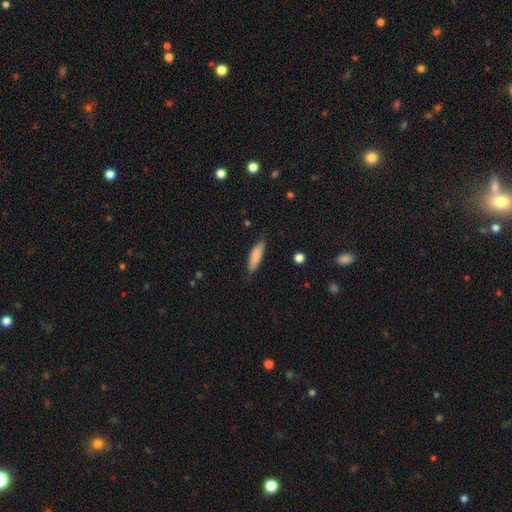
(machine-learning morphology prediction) A smooth galaxy with no disk features (83%) that is cigar-shaped (61%).

Vote fractions:
- Smooth or featured? smooth: 83% / featured or disk: 11% / star or artifact: 6%
- How rounded? cigar-shaped: 61% / in between: 38% / round: 2%
- Merging? none: 79% / minor disturbance: 17% / major disturbance: 3% / merger: 1%